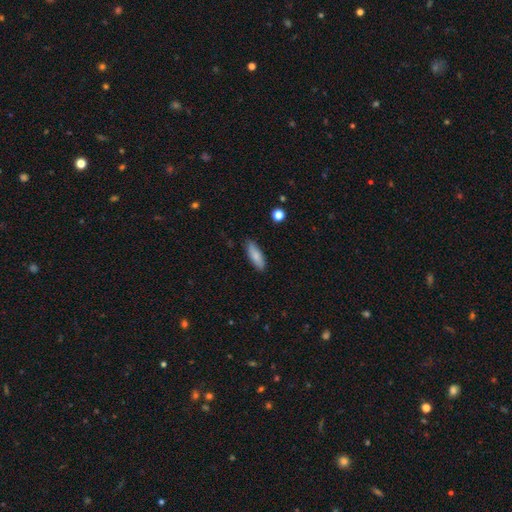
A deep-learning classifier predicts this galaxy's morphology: The model was most divided on "how rounded": in between: 54%, cigar-shaped: 44%, round: 2%. More confident: merging — none (85%); smooth or featured — smooth (82%).